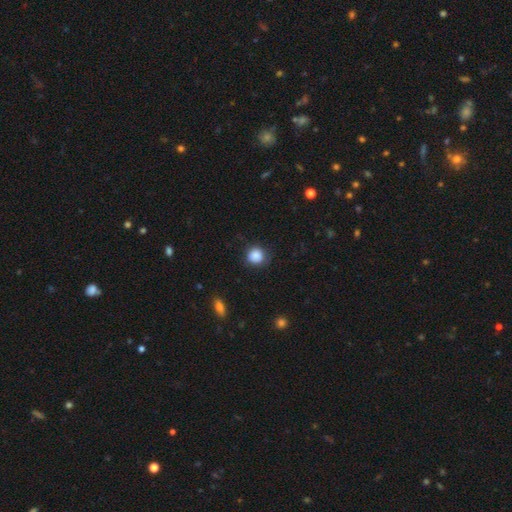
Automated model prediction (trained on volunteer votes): smooth 87%, star or artifact 9%, featured or disk 4%. Down the decision tree: how rounded — round (90%); merging — none (78%).